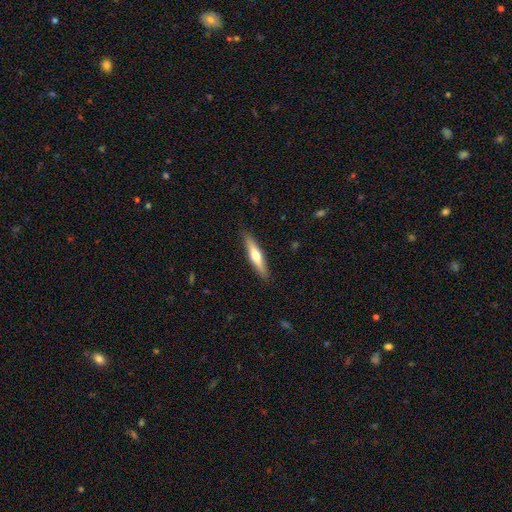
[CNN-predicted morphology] Smooth or featured?
  - smooth: 52% *
  - featured or disk: 43%
  - star or artifact: 5%
How rounded?
  - cigar-shaped: 84% *
  - in between: 15%
  - round: 1%
Merging?
  - none: 89% *
  - minor disturbance: 9%
  - major disturbance: 2%
  - merger: 1%